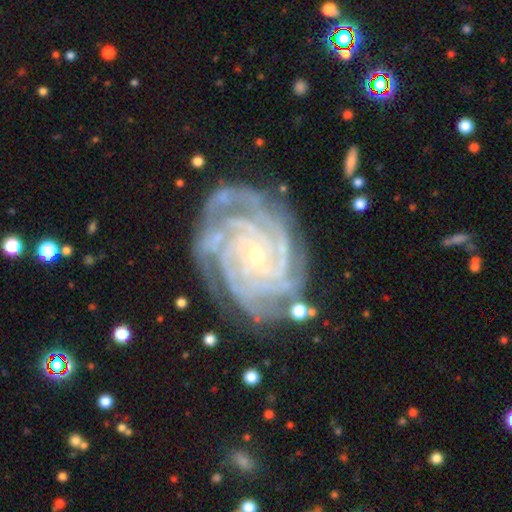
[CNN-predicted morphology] Smooth or featured? Predicted: featured or disk (p=0.92). Edge-on disk? Predicted: no (p=0.98). Bar? Predicted: no (p=0.62). Spiral arms? Predicted: yes (p=0.99). Spiral winding? Predicted: tight (p=0.82). Spiral arm count? Predicted: 4 (p=0.36). Bulge size? Predicted: small (p=0.83). Merging? Predicted: none (p=0.74).